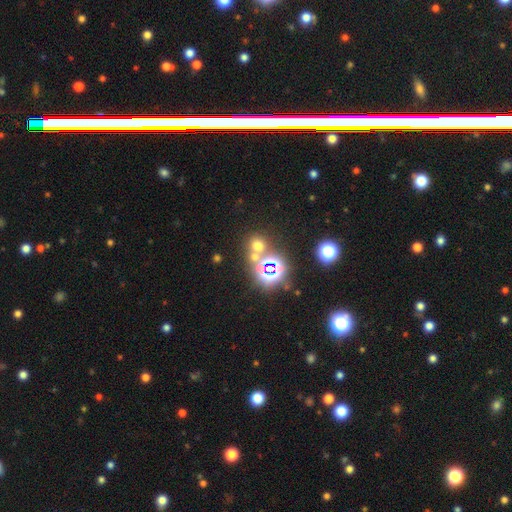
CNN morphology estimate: Smooth or featured?
  - star or artifact: 53% *
  - smooth: 38%
  - featured or disk: 10%